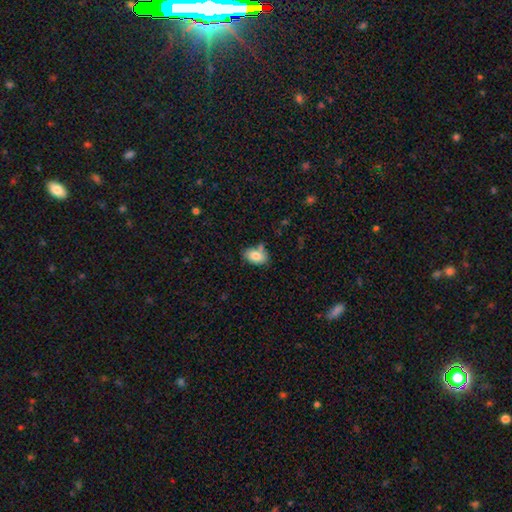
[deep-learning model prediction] smooth 82%, featured or disk 11%, star or artifact 8%. Down the decision tree: how rounded — in between (89%); merging — none (61%).